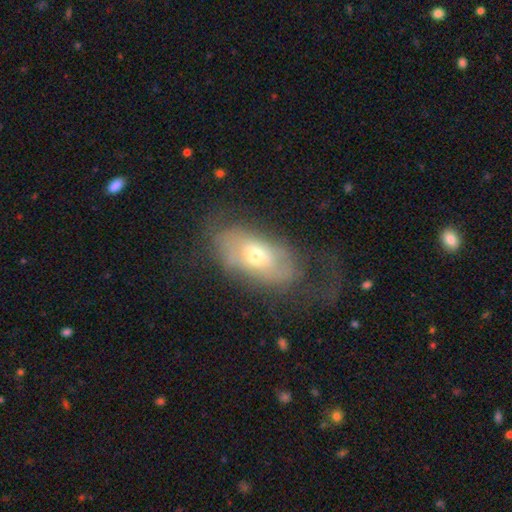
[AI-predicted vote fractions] Overall: smooth (51%; featured or disk 40%). How rounded: in between (88%). Merging: none (43%; major disturbance 30%).